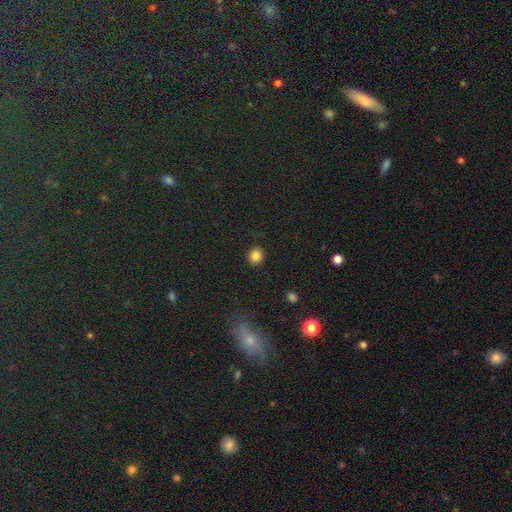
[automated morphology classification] Smooth or featured: smooth — 84% (star or artifact — 12%)
How rounded: round — 80% (in between — 19%)
Merging: none — 88% (minor disturbance — 8%)